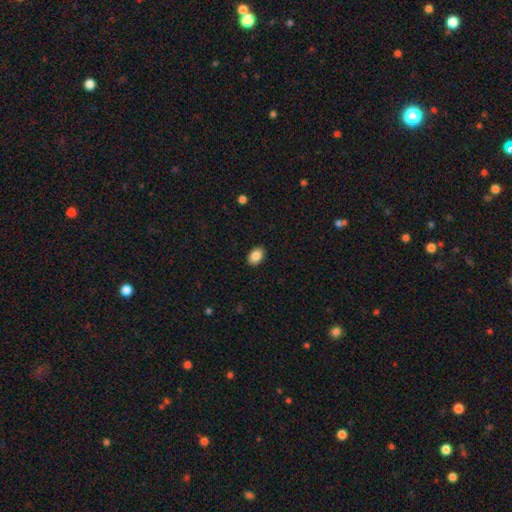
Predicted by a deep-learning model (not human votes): This appears to be a smooth galaxy with no disk features (87%) that is in between round and cigar-shaped (83%). Merging: none (89%).